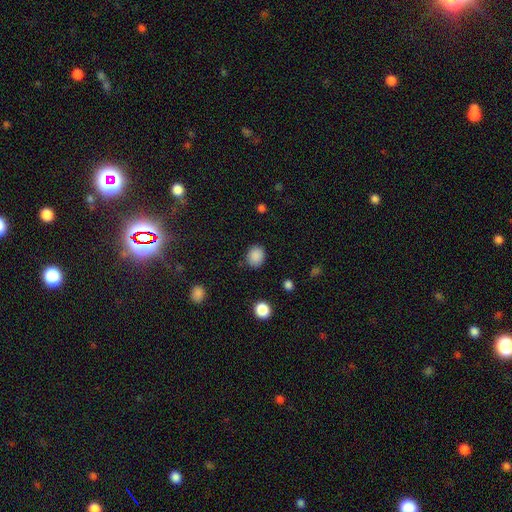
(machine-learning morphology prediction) smooth 87%, star or artifact 10%, featured or disk 3%. Down the decision tree: how rounded — round (67%); merging — none (83%).